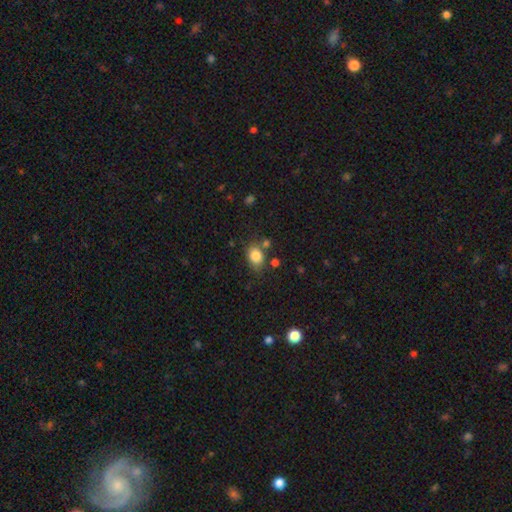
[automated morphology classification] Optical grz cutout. It shows a smooth galaxy with no disk features (83%) that is in between round and cigar-shaped (62%). Merging: none (69%).